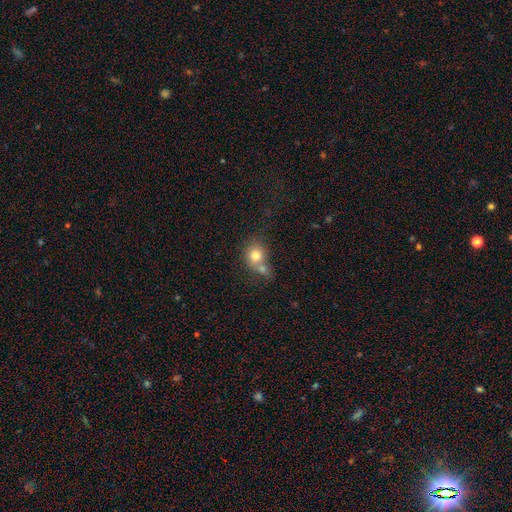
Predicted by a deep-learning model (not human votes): Morphology: type=smooth (76%); roundness=round (71%); merging=merger (56%).